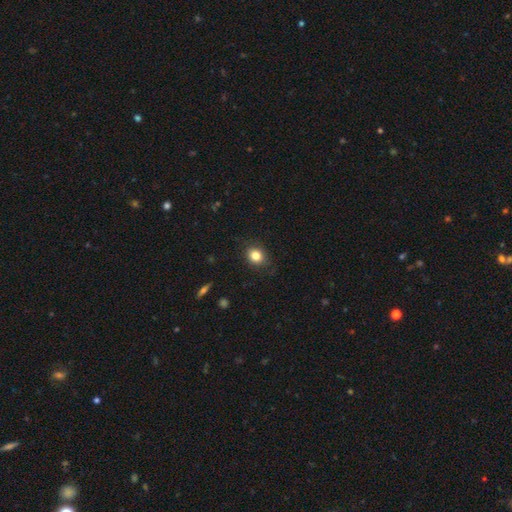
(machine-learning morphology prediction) Smooth or featured: smooth — 82% (star or artifact — 11%)
How rounded: round — 57% (in between — 42%)
Merging: none — 84% (minor disturbance — 12%)